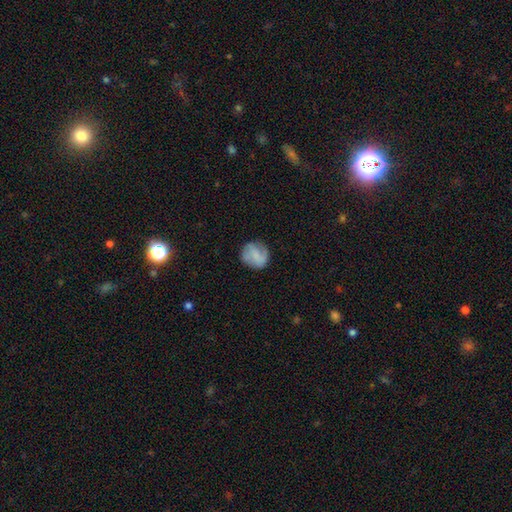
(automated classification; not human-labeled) This appears to be a smooth galaxy with no disk features (62%) that is round (84%). Merging: none (77%).